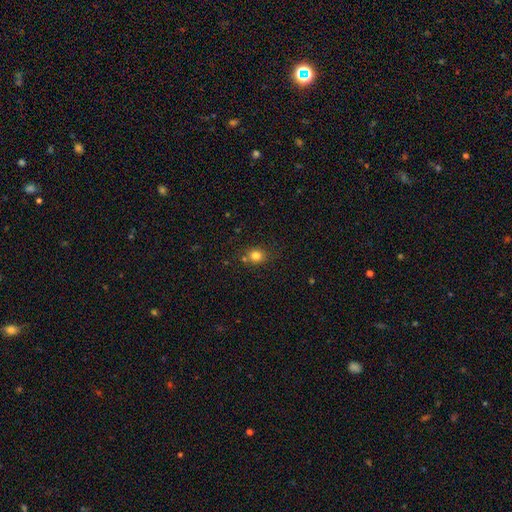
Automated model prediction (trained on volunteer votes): A smooth galaxy with no disk features (80%) that is round (72%). Merging: none (72%).